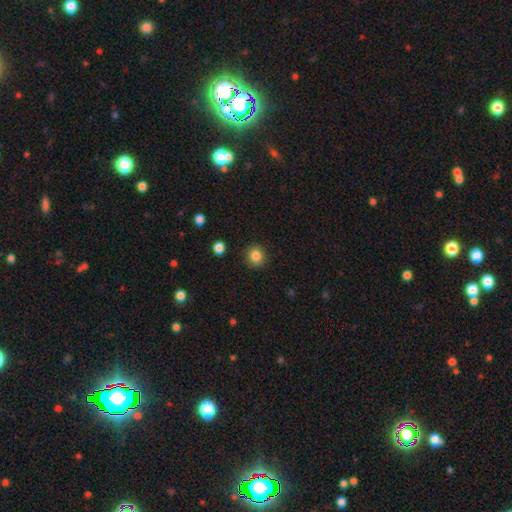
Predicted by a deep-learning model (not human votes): A smooth galaxy with no disk features (85%) that is round (78%). Merging: none (89%).